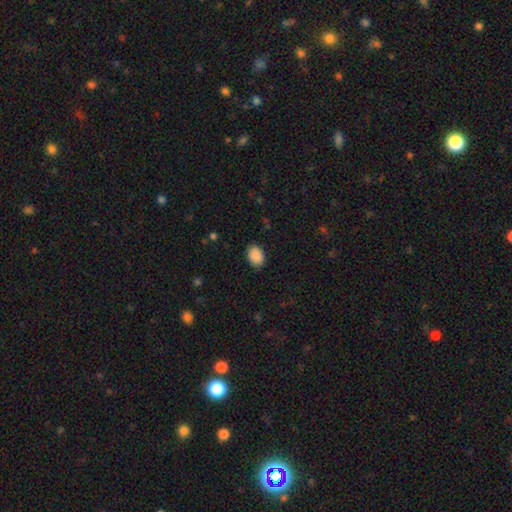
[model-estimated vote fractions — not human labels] Smooth or featured? Predicted: smooth (p=0.90). How rounded? Predicted: in between (p=0.71). Merging? Predicted: none (p=0.86).